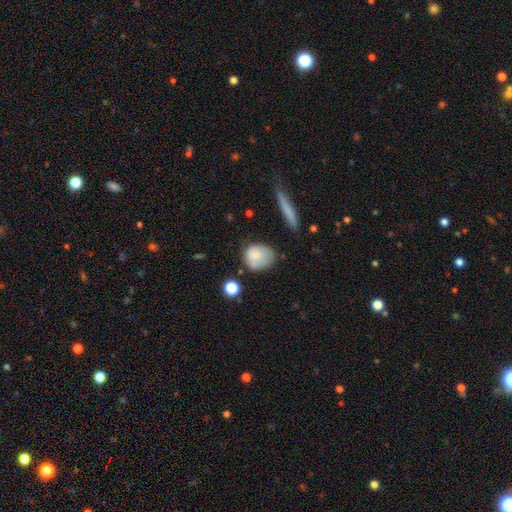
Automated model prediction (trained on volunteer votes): A smooth galaxy with no disk features (77%) that is round (64%). Merging: none (56%).